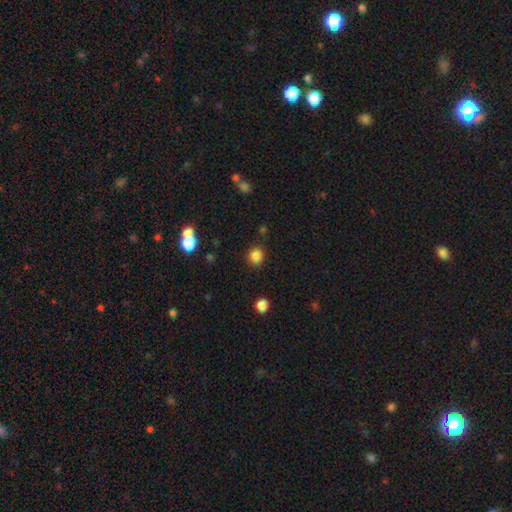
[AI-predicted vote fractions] Smooth or featured: smooth — 84% (star or artifact — 12%)
How rounded: round — 83% (in between — 16%)
Merging: none — 86% (minor disturbance — 8%)